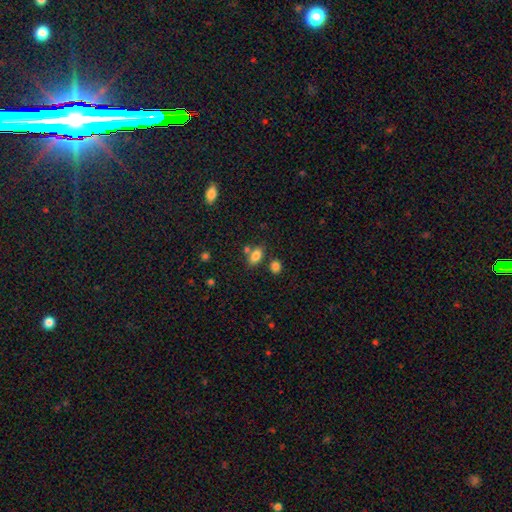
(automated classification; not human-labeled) Morphology: type=smooth (83%); roundness=in between (85%); merging=none (65%).